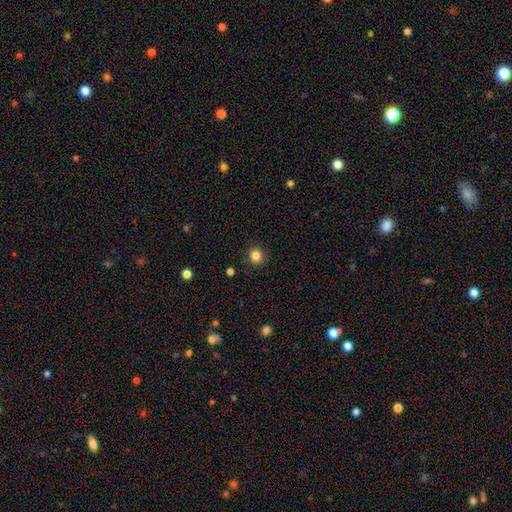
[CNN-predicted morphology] A smooth galaxy with no disk features (84%) that is round (88%).

Vote fractions:
- Smooth or featured? smooth: 84% / star or artifact: 12% / featured or disk: 4%
- How rounded? round: 88% / in between: 11% / cigar-shaped: 1%
- Merging? none: 91% / minor disturbance: 6% / major disturbance: 2% / merger: 1%